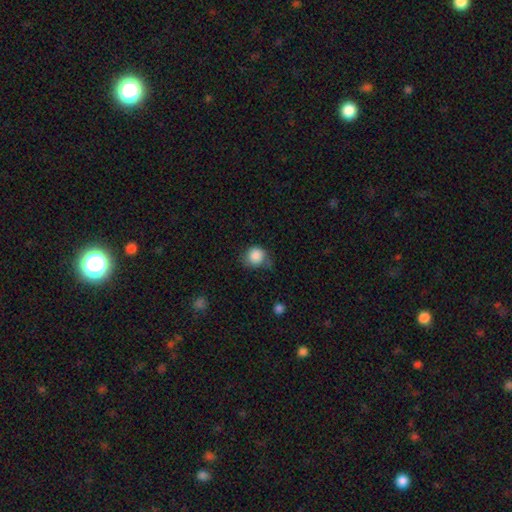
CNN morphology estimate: Overall: smooth (87%). How rounded: round (86%). Merging: none (56%; minor disturbance 31%).